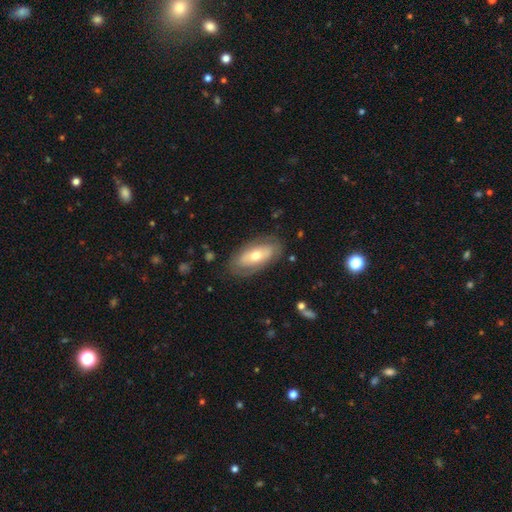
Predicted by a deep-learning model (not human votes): smooth-or-featured: featured or disk: 47% (tied) | smooth: 47% (tied) | star or artifact: 6%
  merging: none: 78% | minor disturbance: 15% | major disturbance: 5% | merger: 1%